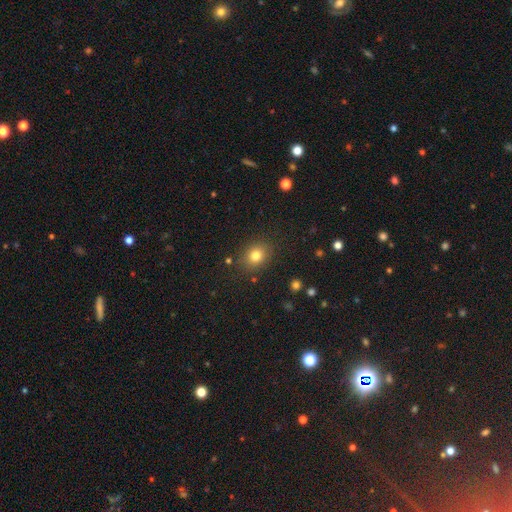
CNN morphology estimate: smooth 80%, star or artifact 12%, featured or disk 8%. Down the decision tree: how rounded — round (55%); merging — none (84%).